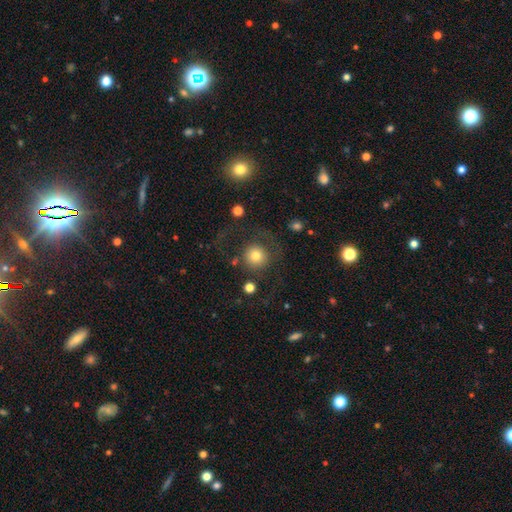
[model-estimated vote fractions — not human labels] smooth-or-featured: smooth: 73% | featured or disk: 15% | star or artifact: 12%
  how-rounded: round: 94% | in between: 5% | cigar-shaped: 1%
  merging: none: 66% | major disturbance: 17% | minor disturbance: 12% | merger: 4%